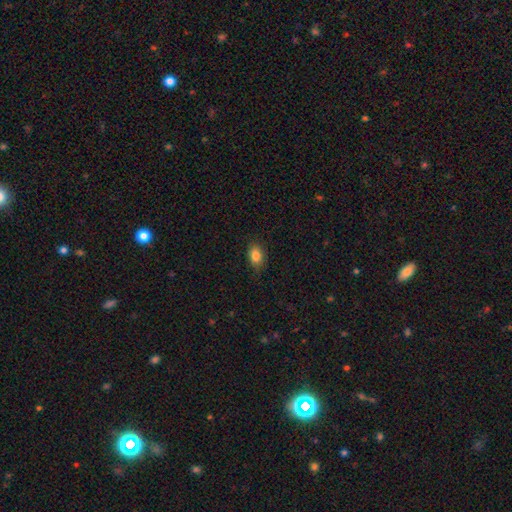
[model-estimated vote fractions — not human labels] Morphology: type=smooth (85%); roundness=in between (78%); merging=none (82%).